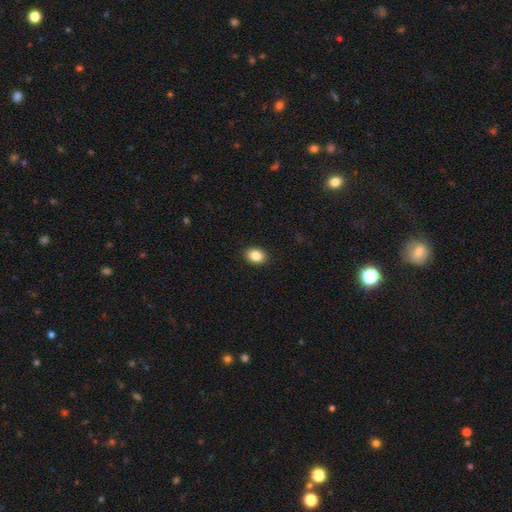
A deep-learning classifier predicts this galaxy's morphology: smooth 85%, star or artifact 9%, featured or disk 5%. Down the decision tree: how rounded — in between (67%); merging — none (91%).